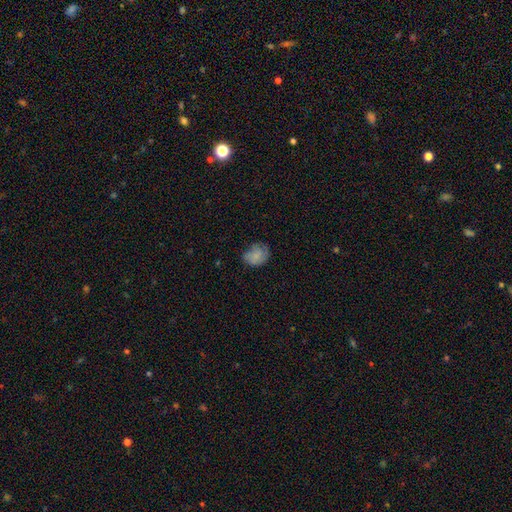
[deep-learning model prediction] Smooth or featured? smooth (69%)
How rounded? round (52%)
Merging? none (58%)